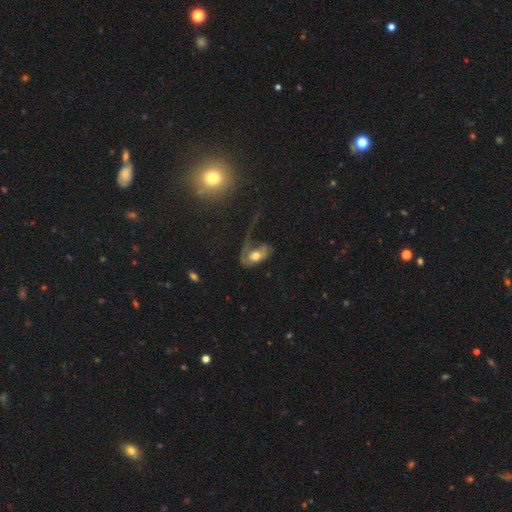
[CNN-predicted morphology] This appears to be a featured or disk galaxy (55%) with no bar (78%), spiral arms (64%) and a moderate central bulge (61%). Merging: major disturbance (56%).